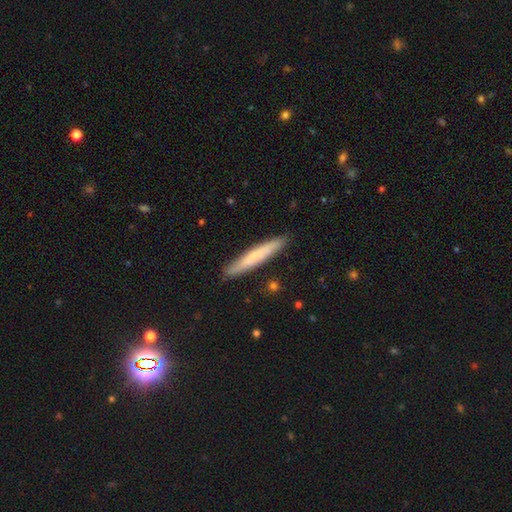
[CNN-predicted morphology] Smooth or featured? smooth (63%)
How rounded? cigar-shaped (95%)
Merging? none (89%)